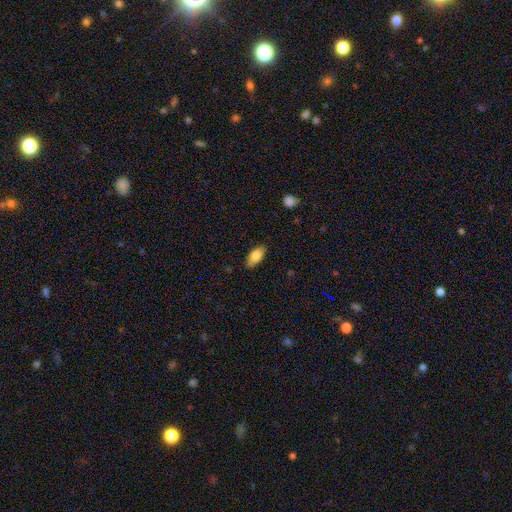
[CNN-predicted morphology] A smooth galaxy with no disk features (82%) that is in between round and cigar-shaped (86%). Merging: none (82%).